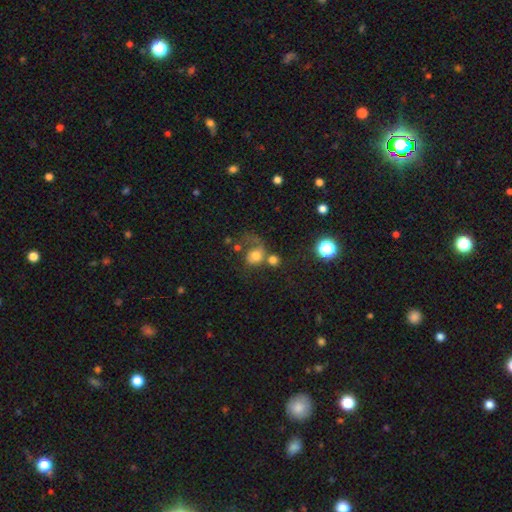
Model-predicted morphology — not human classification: A smooth galaxy with no disk features (62%) that is round (69%).

Vote fractions:
- Smooth or featured? smooth: 62% / featured or disk: 27% / star or artifact: 12%
- How rounded? round: 69% / in between: 30% / cigar-shaped: 1%
- Merging? major disturbance: 35% / merger: 29% / none: 23% / minor disturbance: 13%